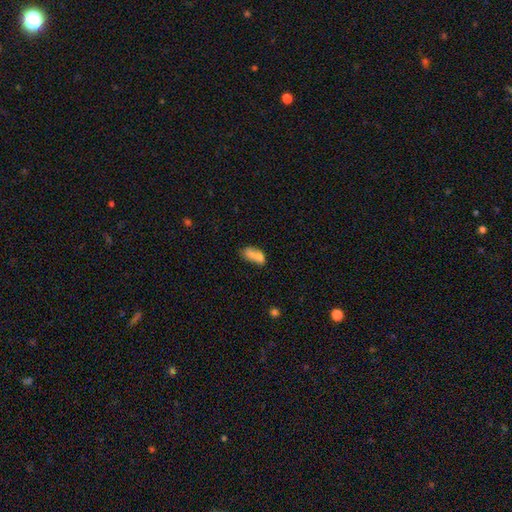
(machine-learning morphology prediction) smooth-or-featured: smooth: 70% | featured or disk: 21% | star or artifact: 10%
  how-rounded: in between: 82% | round: 10% | cigar-shaped: 8%
  merging: merger: 50% | none: 28% | minor disturbance: 14% | major disturbance: 8%